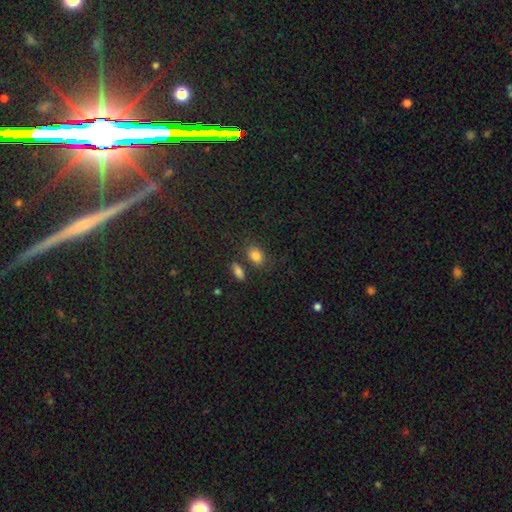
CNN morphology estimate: This is clearly a smooth galaxy (84%). How rounded: likely in between (70%). Merging: likely none (72%).